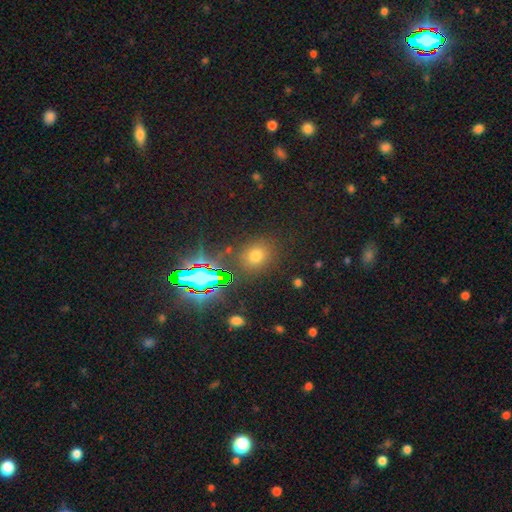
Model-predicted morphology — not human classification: smooth-or-featured: smooth: 65% | star or artifact: 27% | featured or disk: 8%
  how-rounded: round: 61% | in between: 38% | cigar-shaped: 2%
  merging: none: 84% | minor disturbance: 9% | major disturbance: 4% | merger: 3%